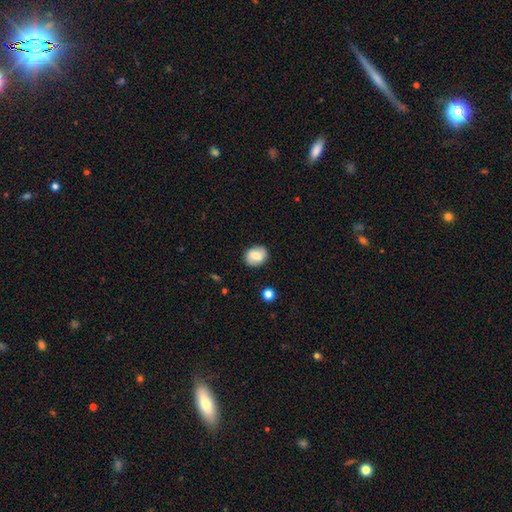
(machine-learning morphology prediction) This is likely a smooth galaxy (63%). How rounded: possibly round (54%). Merging: clearly none (85%).